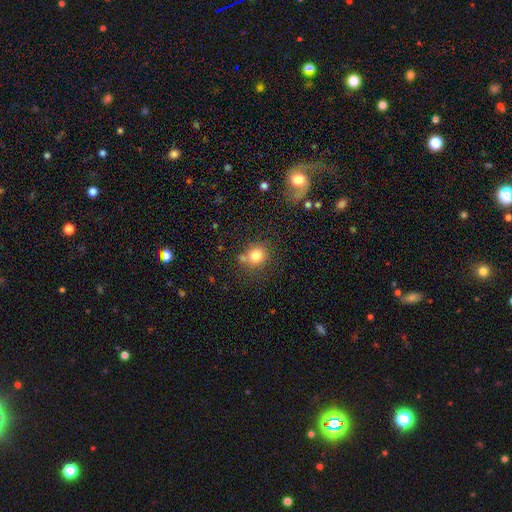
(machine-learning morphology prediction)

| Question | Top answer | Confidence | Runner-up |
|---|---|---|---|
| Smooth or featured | smooth | 80% | star or artifact (11%) |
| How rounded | round | 79% | in between (20%) |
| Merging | none | 64% | minor disturbance (17%) |